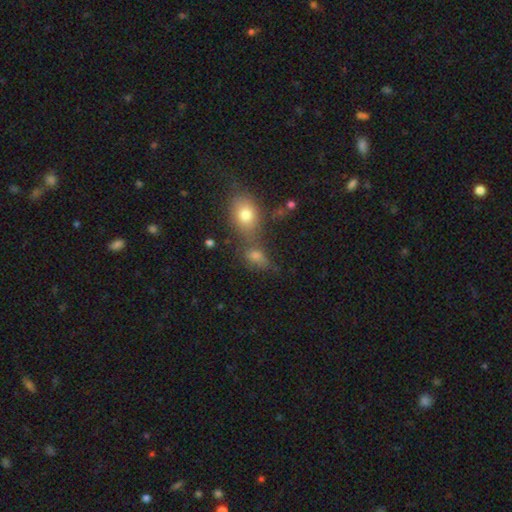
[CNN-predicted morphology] smooth-or-featured: smooth: 70% | star or artifact: 17% | featured or disk: 13%
  how-rounded: in between: 77% | round: 19% | cigar-shaped: 4%
  merging: none: 40% | merger: 39% | minor disturbance: 13% | major disturbance: 7%